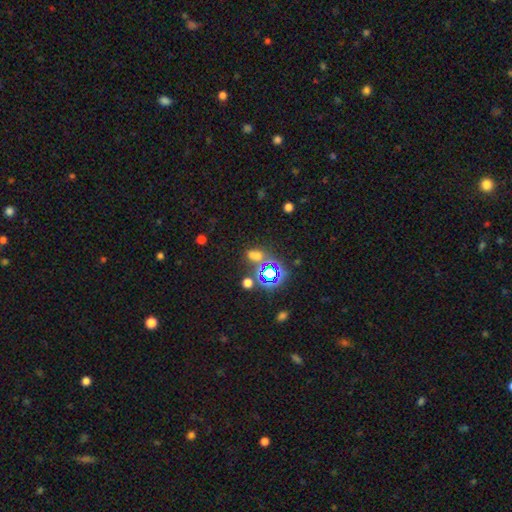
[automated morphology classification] This is possibly a star or artifact rather than a galaxy (52%).